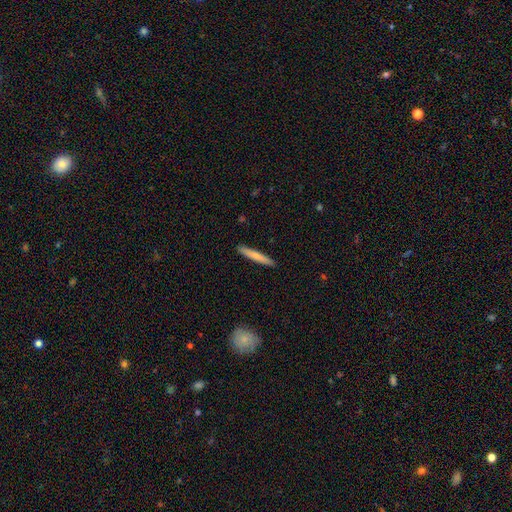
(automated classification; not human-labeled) A smooth galaxy with no disk features (74%) that is cigar-shaped (95%).

Vote fractions:
- Smooth or featured? smooth: 74% / featured or disk: 20% / star or artifact: 5%
- How rounded? cigar-shaped: 95% / in between: 4% / round: 1%
- Merging? none: 91% / minor disturbance: 6% / major disturbance: 1% / merger: 1%